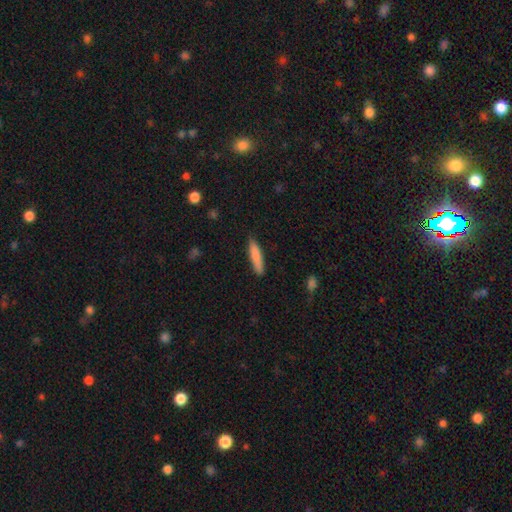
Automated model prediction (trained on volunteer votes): Q: Smooth or featured?
A: smooth (82%); runner-up: featured or disk (12%)
Q: How rounded?
A: cigar-shaped (84%); runner-up: in between (14%)
Q: Merging?
A: none (84%); runner-up: minor disturbance (12%)